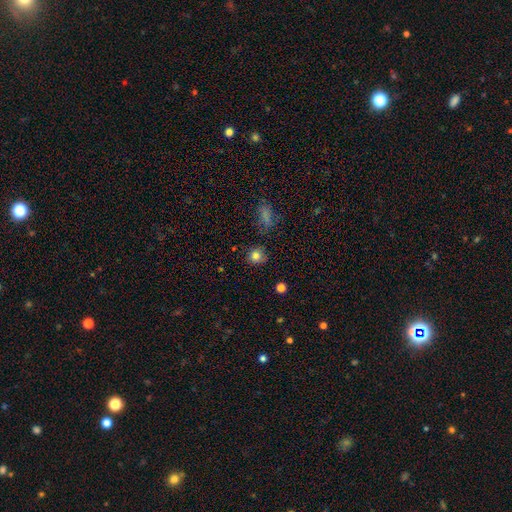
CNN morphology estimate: Smooth or featured?
  - smooth: 81% *
  - star or artifact: 12%
  - featured or disk: 7%
How rounded?
  - round: 85% *
  - in between: 14%
  - cigar-shaped: 1%
Merging?
  - none: 77% *
  - minor disturbance: 16%
  - major disturbance: 4%
  - merger: 3%